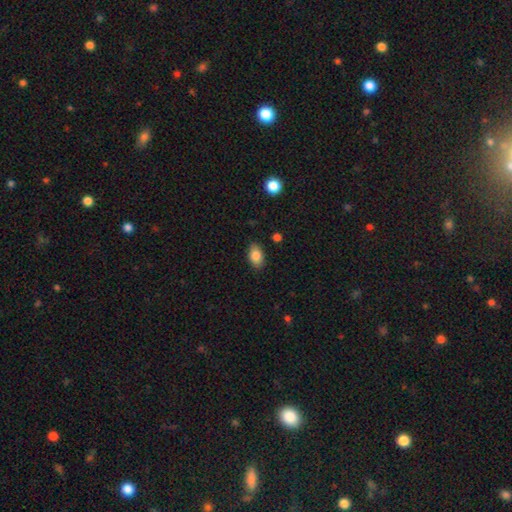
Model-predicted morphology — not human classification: This appears to be a smooth galaxy with no disk features (84%) that is in between round and cigar-shaped (89%). Merging: none (86%).